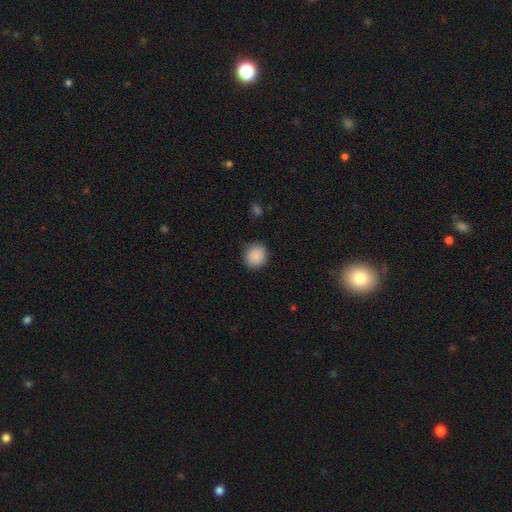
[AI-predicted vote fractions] Smooth or featured: smooth — 89% (star or artifact — 8%)
How rounded: round — 88% (in between — 11%)
Merging: none — 87% (minor disturbance — 9%)